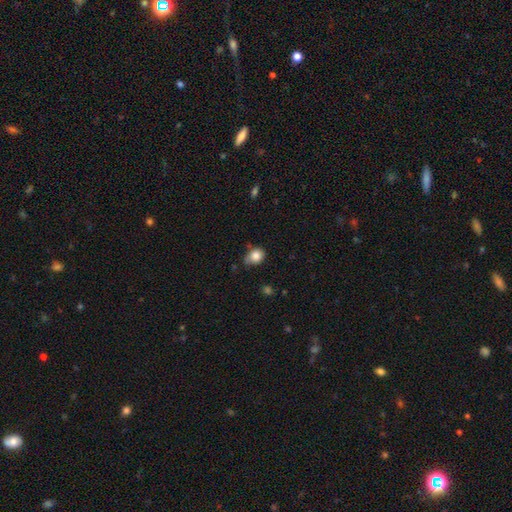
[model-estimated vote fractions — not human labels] The model was most divided on "how rounded": round: 55%, in between: 44%, cigar-shaped: 1%. More confident: smooth or featured — smooth (83%); merging — none (55%).